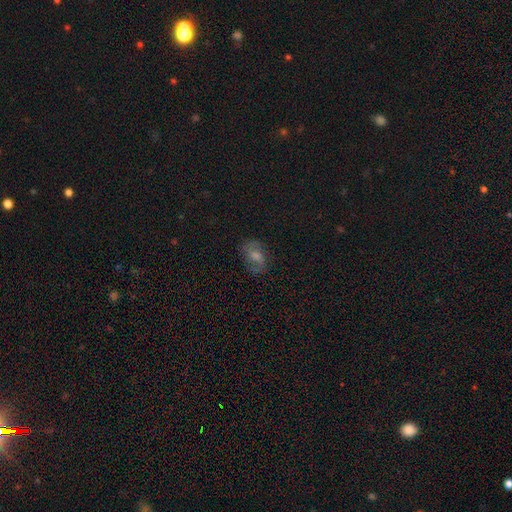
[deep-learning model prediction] Smooth or featured? Predicted: featured or disk (p=0.53). Edge-on disk? Predicted: no (p=0.96). Bar? Predicted: no (p=0.49). Spiral arms? Predicted: yes (p=0.81). Bulge size? Predicted: moderate (p=0.57). Merging? Predicted: none (p=0.73).